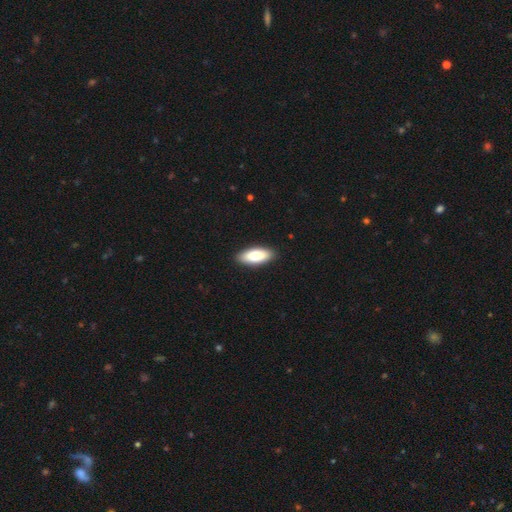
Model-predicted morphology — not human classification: Overall: smooth (79%). How rounded: in between (80%). Merging: none (90%).